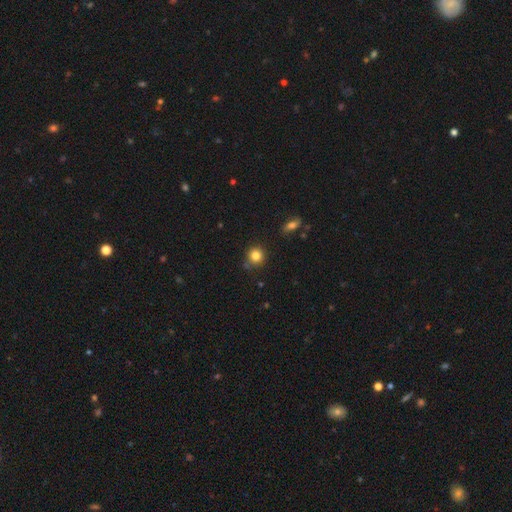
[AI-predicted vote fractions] smooth-or-featured: smooth: 83% | star or artifact: 12% | featured or disk: 6%
  how-rounded: round: 91% | in between: 8% | cigar-shaped: 1%
  merging: none: 82% | minor disturbance: 11% | merger: 4% | major disturbance: 3%